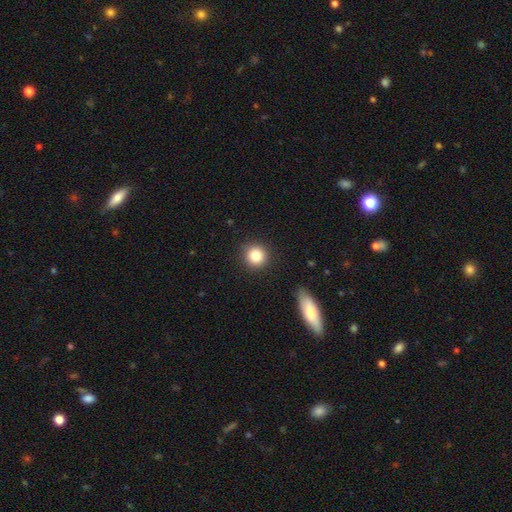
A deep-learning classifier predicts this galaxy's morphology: The model was most divided on "smooth or featured": smooth: 84%, star or artifact: 10%, featured or disk: 5%. More confident: how rounded — round (93%); merging — none (89%).